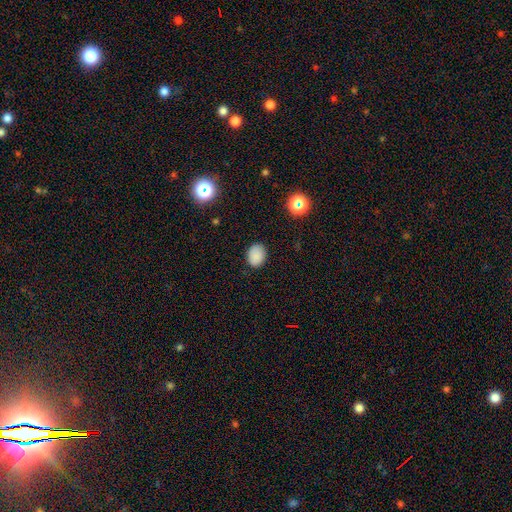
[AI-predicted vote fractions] A smooth galaxy with no disk features (86%) that is in between round and cigar-shaped (65%). Merging: none (86%).